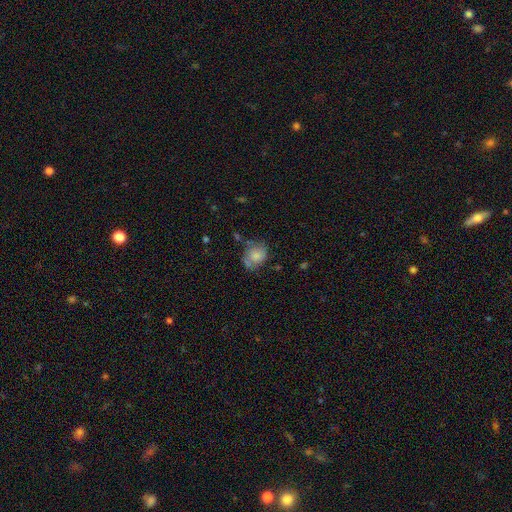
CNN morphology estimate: Smooth or featured: smooth — 59% (featured or disk — 32%)
How rounded: round — 56% (in between — 43%)
Merging: none — 51% (minor disturbance — 29%)